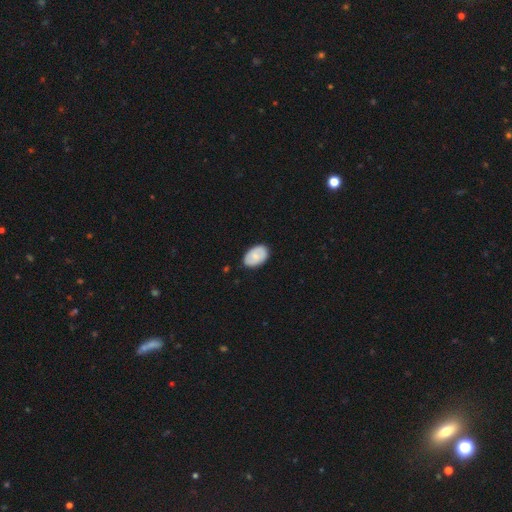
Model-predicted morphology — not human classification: Q: Smooth or featured?
A: smooth (68%); runner-up: featured or disk (26%)
Q: How rounded?
A: in between (90%); runner-up: round (9%)
Q: Merging?
A: none (85%); runner-up: minor disturbance (12%)